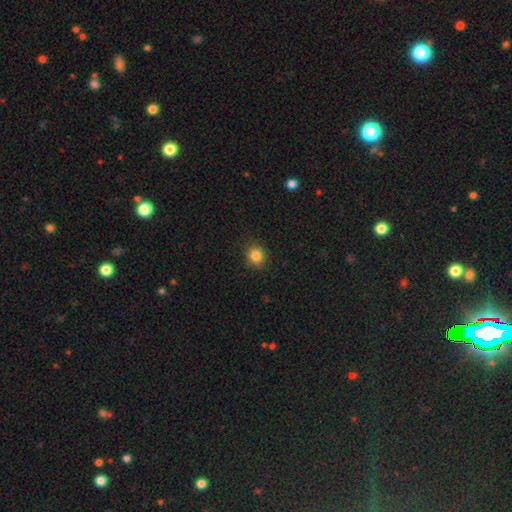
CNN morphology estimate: Smooth or featured?
  - smooth: 85% *
  - star or artifact: 11%
  - featured or disk: 4%
How rounded?
  - round: 82% *
  - in between: 17%
  - cigar-shaped: 1%
Merging?
  - none: 89% *
  - minor disturbance: 8%
  - major disturbance: 2%
  - merger: 1%